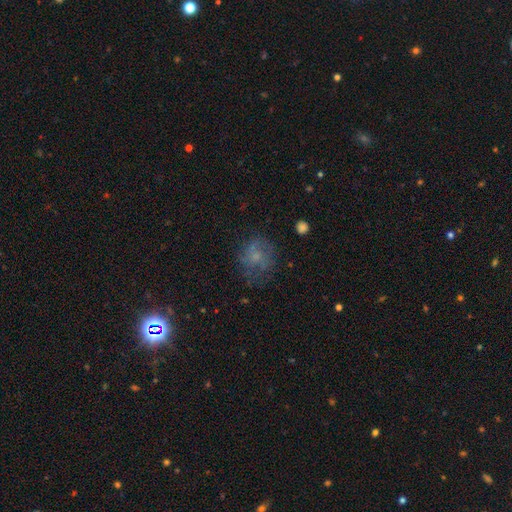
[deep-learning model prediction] A smooth galaxy with no disk features (48%). Merging: none (56%).